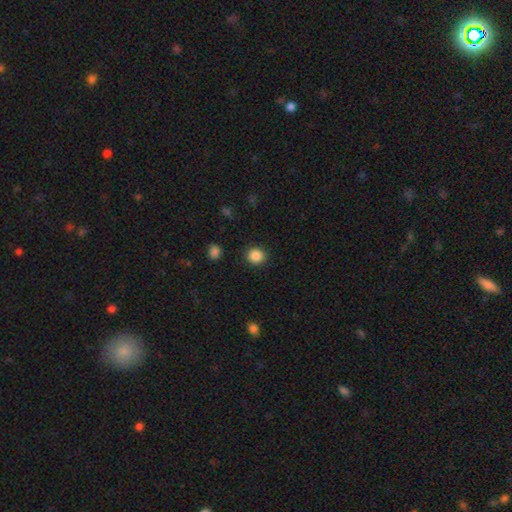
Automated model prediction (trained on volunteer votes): This appears to be a smooth galaxy with no disk features (87%) that is round (86%). Merging: none (91%).